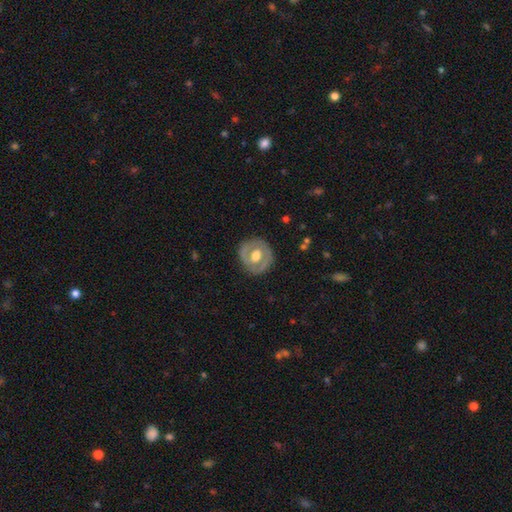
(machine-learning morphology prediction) A featured or disk galaxy (59%) with no bar (59%), no spiral arms (69%) and a moderate central bulge (62%).

Vote fractions:
- Smooth or featured? featured or disk: 59% / smooth: 36% / star or artifact: 5%
- Edge-on disk? no: 96% / yes: 4%
- Bar? no: 59% / weak: 32% / strong: 10%
- Spiral arms? no: 69% / yes: 31%
- Bulge size? moderate: 62% / large: 31% / small: 5% / dominant: 1% / none: 1%
- Merging? none: 82% / minor disturbance: 13% / major disturbance: 4% / merger: 1%